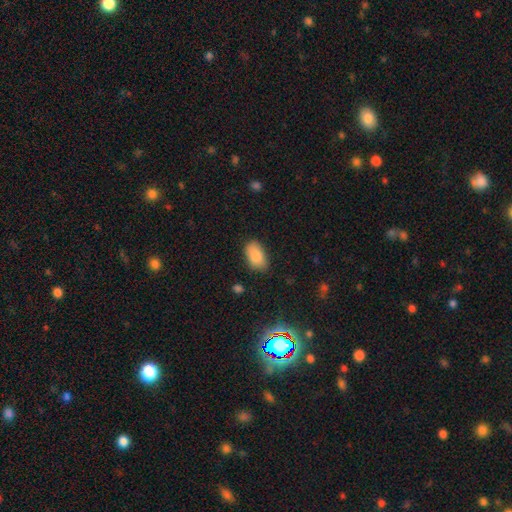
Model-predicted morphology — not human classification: smooth 86%, star or artifact 7%, featured or disk 6%. Down the decision tree: how rounded — in between (93%); merging — none (77%).